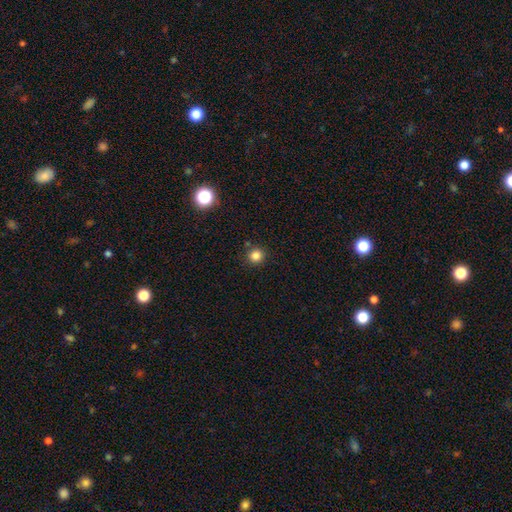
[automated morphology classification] smooth 83%, star or artifact 13%, featured or disk 4%. Down the decision tree: how rounded — round (93%); merging — none (88%).